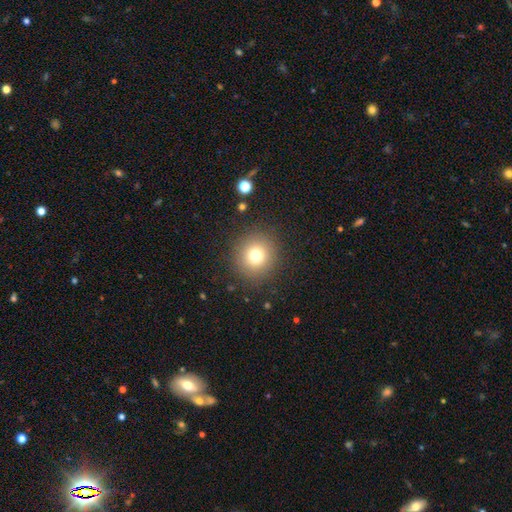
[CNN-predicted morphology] Smooth or featured?
  - smooth: 75% *
  - star or artifact: 14%
  - featured or disk: 11%
How rounded?
  - round: 92% *
  - in between: 7%
  - cigar-shaped: 1%
Merging?
  - none: 88% *
  - minor disturbance: 7%
  - major disturbance: 4%
  - merger: 1%